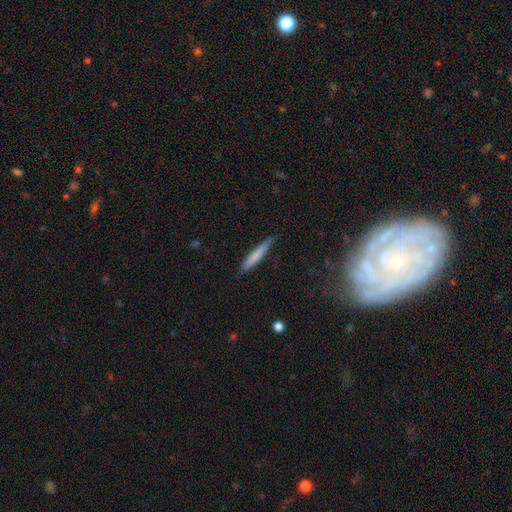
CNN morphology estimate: A smooth galaxy with no disk features (73%) that is cigar-shaped (94%).

Vote fractions:
- Smooth or featured? smooth: 73% / featured or disk: 21% / star or artifact: 6%
- How rounded? cigar-shaped: 94% / in between: 4% / round: 1%
- Merging? none: 85% / minor disturbance: 11% / major disturbance: 2% / merger: 1%